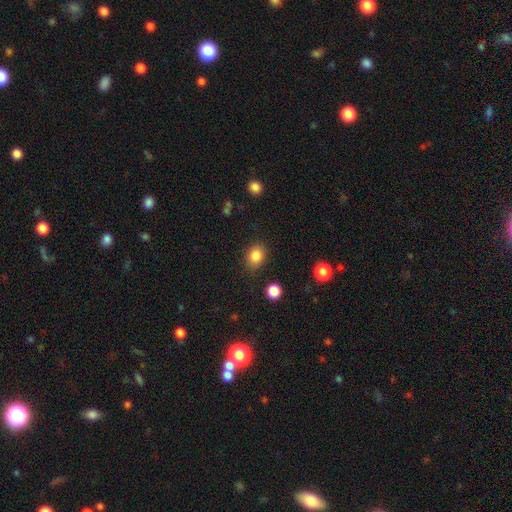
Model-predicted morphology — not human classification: A smooth galaxy with no disk features (85%) that is in between round and cigar-shaped (51%). Merging: none (83%).